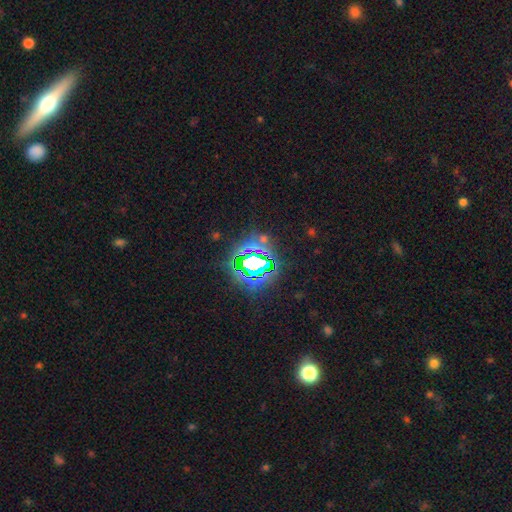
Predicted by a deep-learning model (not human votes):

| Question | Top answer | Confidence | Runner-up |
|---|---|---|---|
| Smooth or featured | star or artifact | 79% | smooth (12%) |